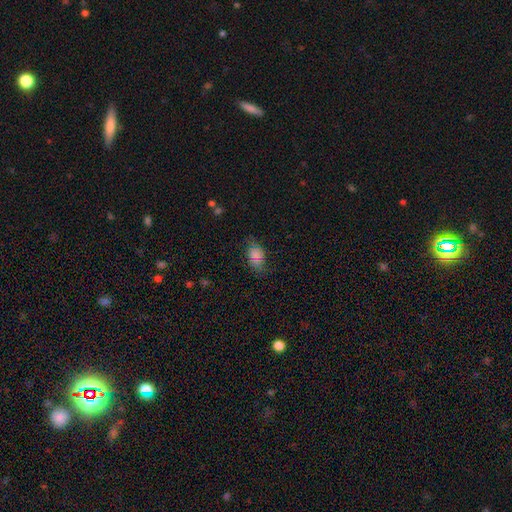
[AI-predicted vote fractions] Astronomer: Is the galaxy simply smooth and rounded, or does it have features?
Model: smooth — 78%.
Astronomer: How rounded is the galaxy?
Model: in between — 81%.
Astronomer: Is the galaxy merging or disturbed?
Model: none — 59%.